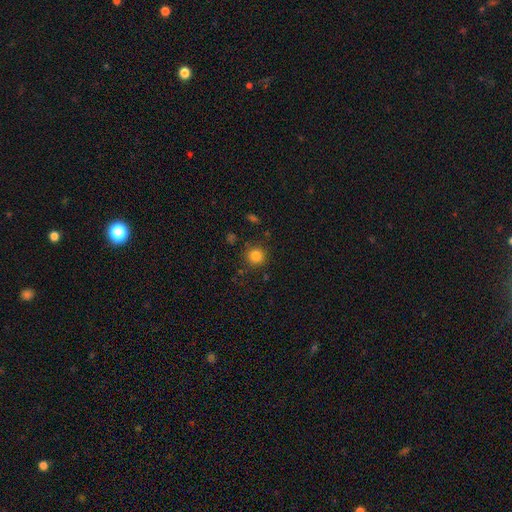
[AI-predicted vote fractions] smooth-or-featured: smooth: 83% | star or artifact: 12% | featured or disk: 5%
  how-rounded: round: 92% | in between: 7% | cigar-shaped: 1%
  merging: none: 86% | minor disturbance: 9% | major disturbance: 3% | merger: 2%